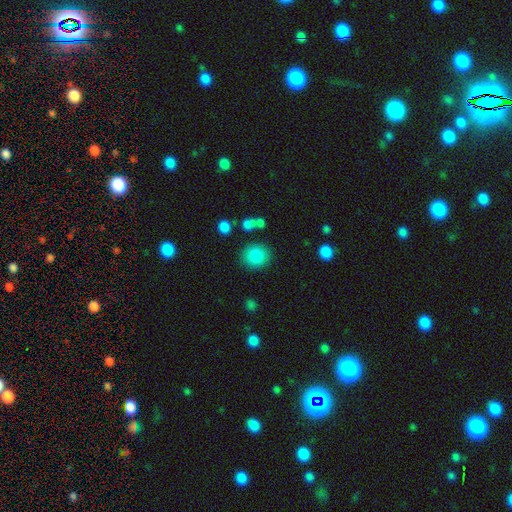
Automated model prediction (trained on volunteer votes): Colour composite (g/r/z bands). It shows a smooth galaxy with no disk features (83%) that is round (82%). Merging: none (82%).